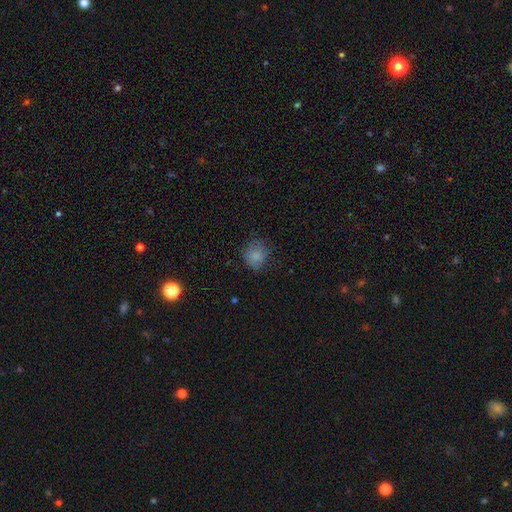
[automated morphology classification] This appears to be a smooth galaxy with no disk features (82%) that is round (81%). Merging: none (71%).